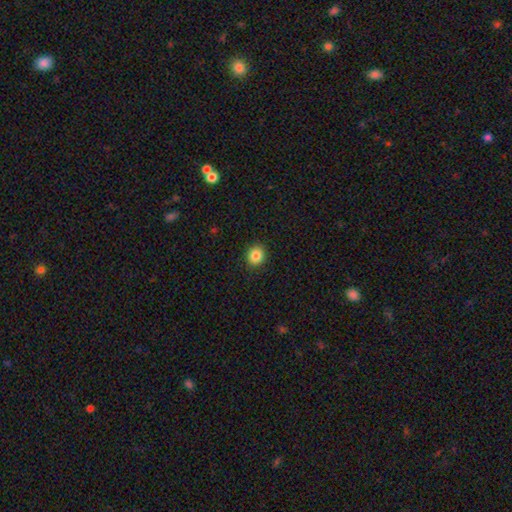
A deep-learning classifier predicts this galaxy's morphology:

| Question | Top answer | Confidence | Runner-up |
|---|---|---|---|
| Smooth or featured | smooth | 85% | star or artifact (10%) |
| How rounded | round | 81% | in between (18%) |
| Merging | none | 91% | minor disturbance (6%) |